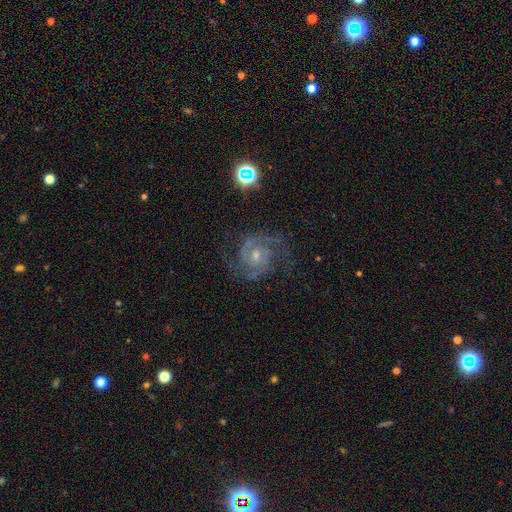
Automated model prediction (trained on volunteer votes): featured or disk 88%, star or artifact 7%, smooth 5%. Down the decision tree: edge-on disk — no (98%); bar — no (62%); spiral arms — yes (98%); spiral arm count — 2 (68%); spiral winding — medium (47%); bulge size — small (52%); merging — none (72%).